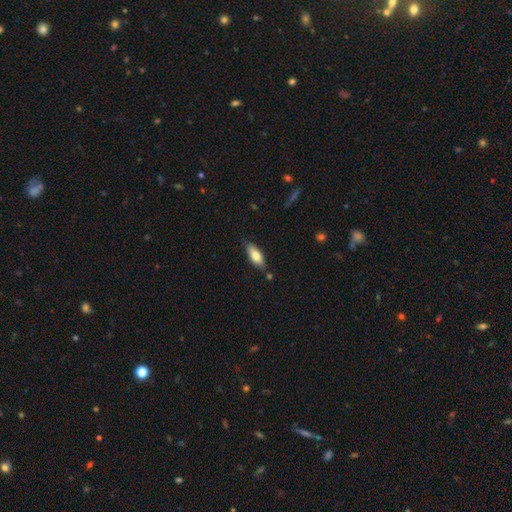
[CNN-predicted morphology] smooth-or-featured: smooth: 74% | featured or disk: 19% | star or artifact: 6%
  how-rounded: in between: 75% | cigar-shaped: 23% | round: 2%
  merging: none: 79% | minor disturbance: 15% | merger: 4% | major disturbance: 3%